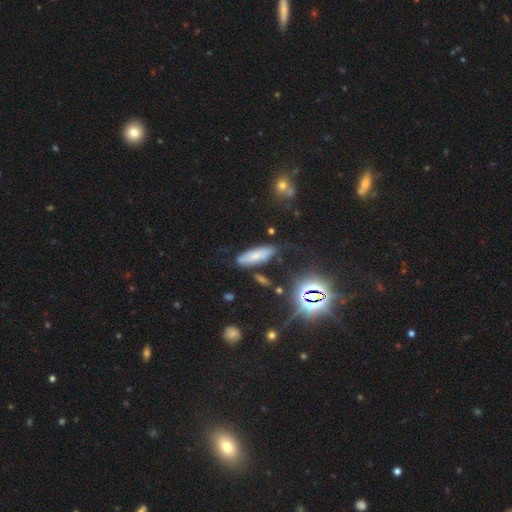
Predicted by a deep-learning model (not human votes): This appears to be a smooth galaxy with no disk features (62%) that is in between round and cigar-shaped (56%). Merging: none (69%).